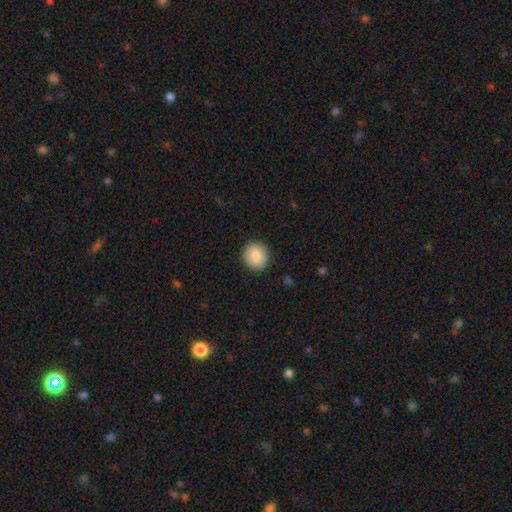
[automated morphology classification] smooth 87%, star or artifact 7%, featured or disk 6%. Down the decision tree: how rounded — round (85%); merging — none (90%).